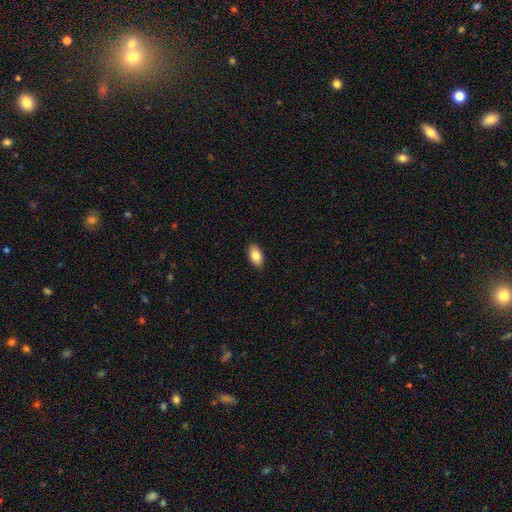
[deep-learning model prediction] Q: Smooth or featured?
A: smooth (83%); runner-up: featured or disk (10%)
Q: How rounded?
A: in between (94%); runner-up: round (4%)
Q: Merging?
A: none (90%); runner-up: minor disturbance (8%)